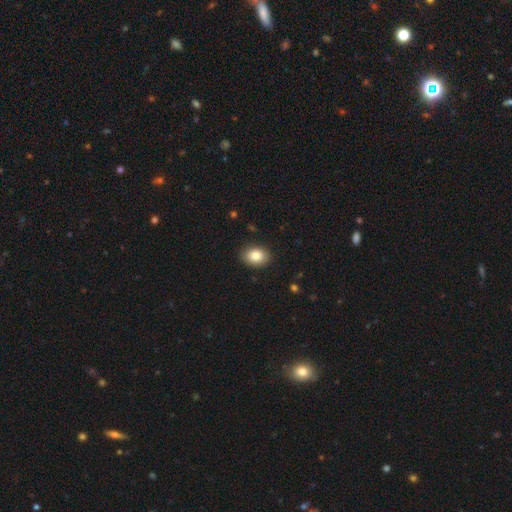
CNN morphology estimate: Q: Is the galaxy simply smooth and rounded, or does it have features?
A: smooth — 86%.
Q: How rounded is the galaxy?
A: in between — 71%.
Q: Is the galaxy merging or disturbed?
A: none — 88%.